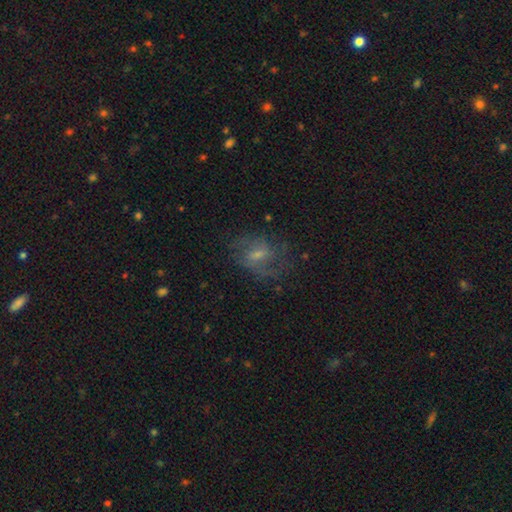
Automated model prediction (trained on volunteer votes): Overall: featured or disk (61%; smooth 28%). Edge-on disk: no (96%). Bar: weak (54%; no 31%). Spiral arms: yes (76%). Bulge size: small (47%; moderate 33%). Merging: none (59%; minor disturbance 20%).